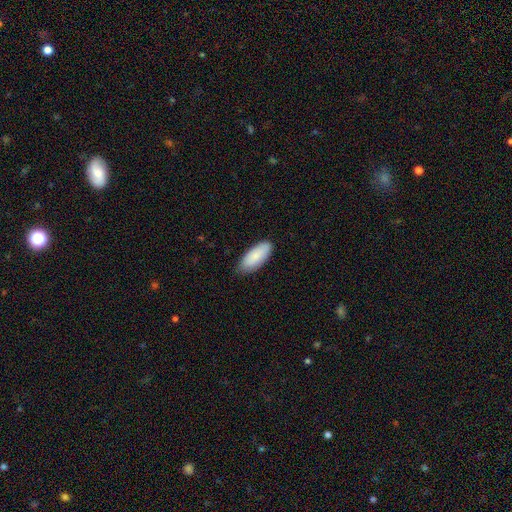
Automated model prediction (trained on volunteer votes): The model was most divided on "merging": none: 83%, minor disturbance: 14%, major disturbance: 2%, merger: 1%. More confident: smooth or featured — smooth (87%); how rounded — in between (85%).